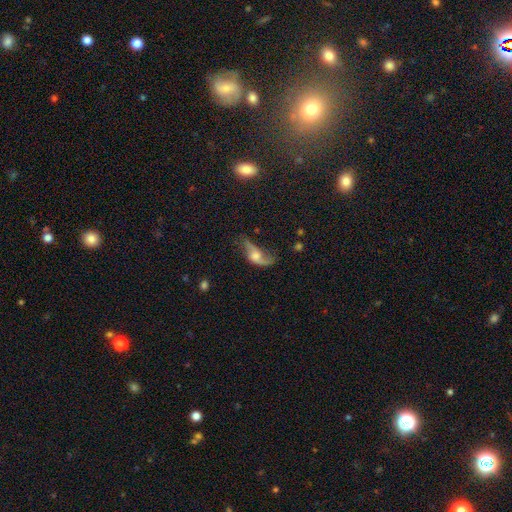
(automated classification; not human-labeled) Smooth or featured: featured or disk — 63% (smooth — 28%)
Edge-on disk: no — 87% (yes — 13%)
Bar: no — 68% (weak — 26%)
Spiral arms: yes — 81% (no — 19%)
Bulge size: moderate — 46% (large — 21%)
Merging: none — 38% (major disturbance — 32%)